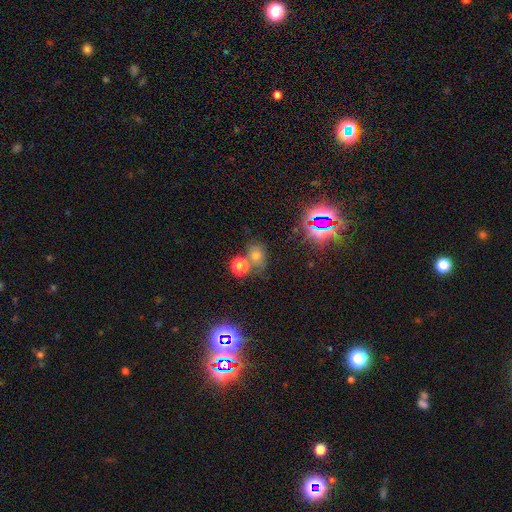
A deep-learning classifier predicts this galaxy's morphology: Smooth or featured? Predicted: smooth (p=0.62). How rounded? Predicted: round (p=0.58). Merging? Predicted: none (p=0.58).